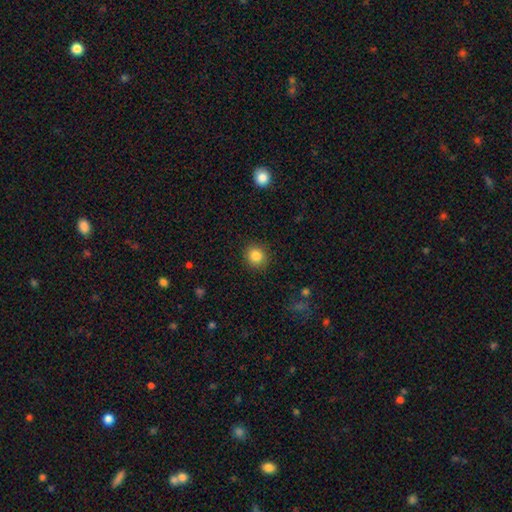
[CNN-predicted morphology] smooth-or-featured: smooth: 85% | star or artifact: 10% | featured or disk: 5%
  how-rounded: round: 88% | in between: 11% | cigar-shaped: 1%
  merging: none: 90% | minor disturbance: 7% | major disturbance: 2% | merger: 1%